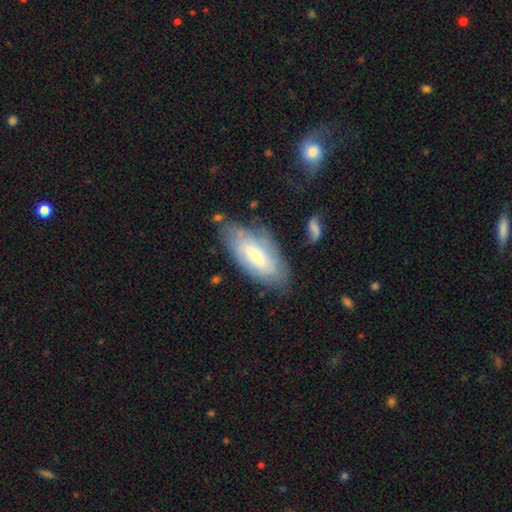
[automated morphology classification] smooth-or-featured: smooth: 49% | featured or disk: 45% | star or artifact: 6%
  merging: none: 67% | minor disturbance: 22% | major disturbance: 7% | merger: 4%